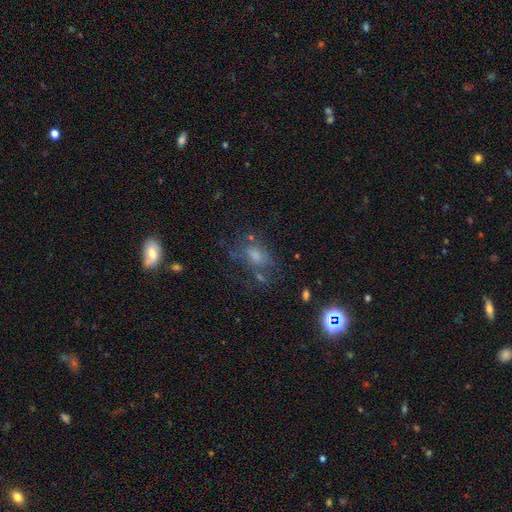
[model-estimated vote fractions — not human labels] Smooth or featured? smooth (44%)
Merging? none (48%)